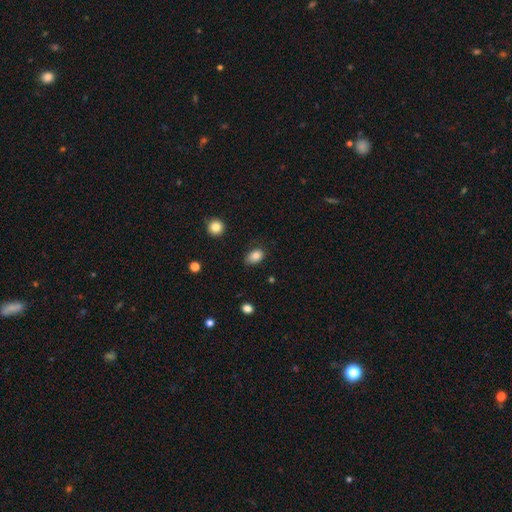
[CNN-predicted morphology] This appears to be a smooth galaxy with no disk features (84%) that is in between round and cigar-shaped (79%). Merging: none (74%).